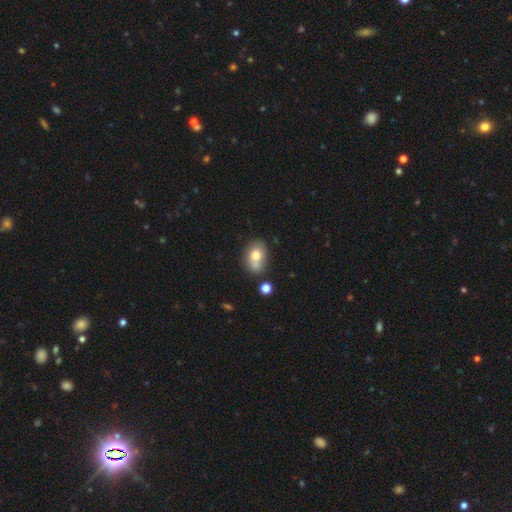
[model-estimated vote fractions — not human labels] Smooth or featured?
  - smooth: 72% *
  - featured or disk: 18%
  - star or artifact: 10%
How rounded?
  - in between: 60% *
  - round: 39%
  - cigar-shaped: 1%
Merging?
  - none: 48% *
  - merger: 30%
  - minor disturbance: 17%
  - major disturbance: 5%